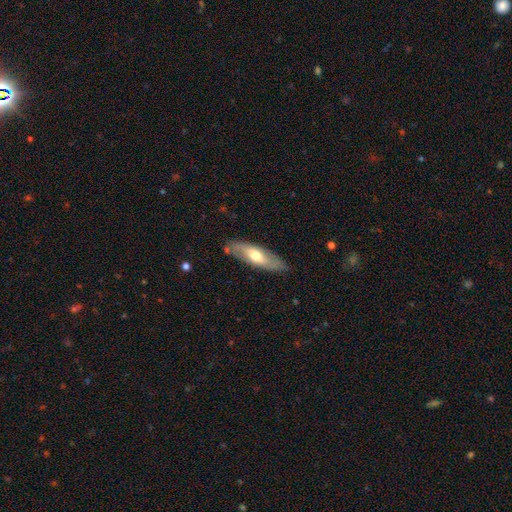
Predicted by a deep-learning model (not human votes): Morphology: type=smooth (48%); merging=none (81%).